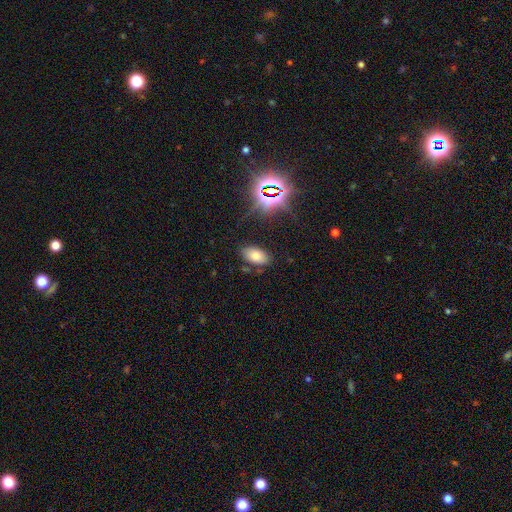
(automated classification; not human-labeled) Smooth or featured: smooth — 71% (star or artifact — 19%)
How rounded: in between — 93% (round — 5%)
Merging: none — 81% (minor disturbance — 12%)